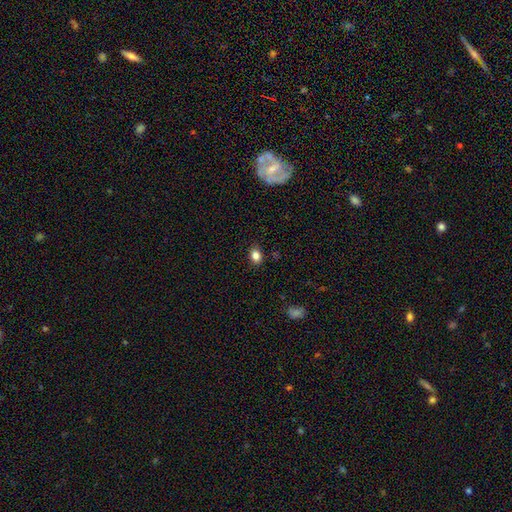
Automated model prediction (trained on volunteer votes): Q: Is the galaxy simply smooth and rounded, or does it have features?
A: smooth — 83%.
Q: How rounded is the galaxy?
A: in between — 57%.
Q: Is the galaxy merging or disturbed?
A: none — 87%.